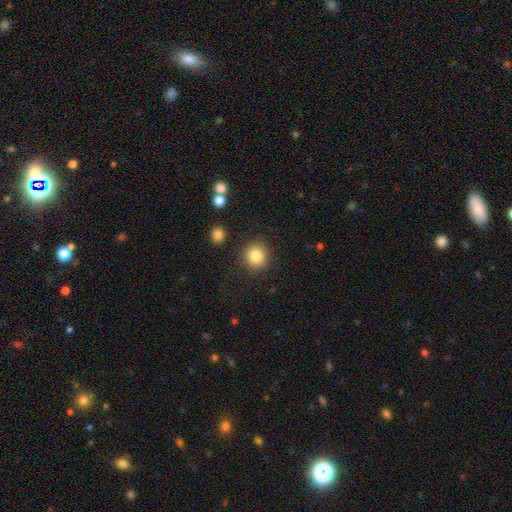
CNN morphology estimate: Smooth or featured: smooth — 84% (star or artifact — 10%)
How rounded: round — 87% (in between — 12%)
Merging: none — 88% (minor disturbance — 7%)